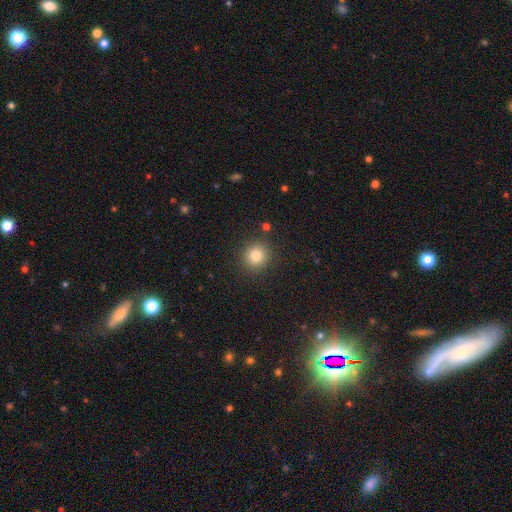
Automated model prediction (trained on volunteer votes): Q: Smooth or featured?
A: smooth (81%); runner-up: star or artifact (12%)
Q: How rounded?
A: round (91%); runner-up: in between (8%)
Q: Merging?
A: none (89%); runner-up: minor disturbance (7%)